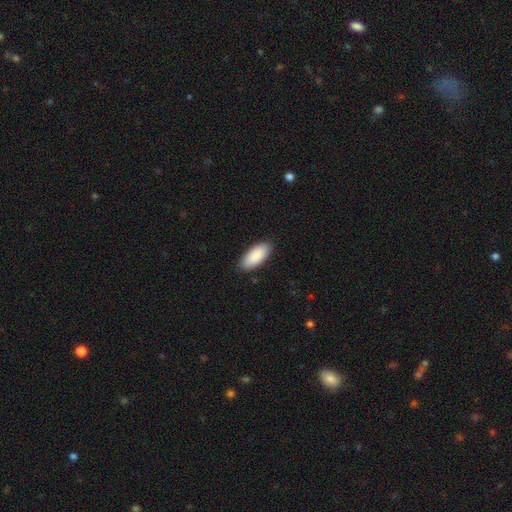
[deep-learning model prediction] Smooth or featured? Predicted: smooth (p=0.90). How rounded? Predicted: in between (p=0.89). Merging? Predicted: none (p=0.88).